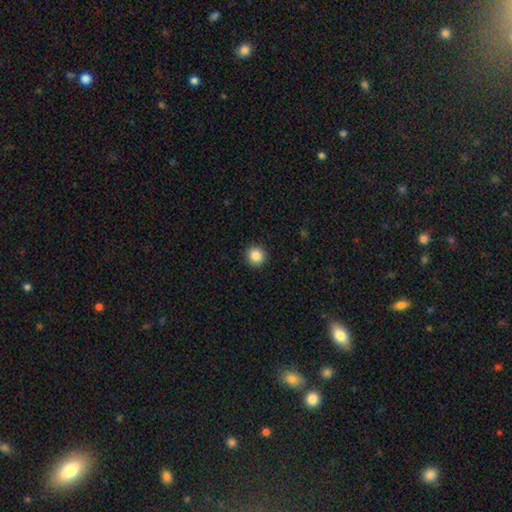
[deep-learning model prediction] Morphology: type=smooth (87%); roundness=round (93%); merging=none (93%).